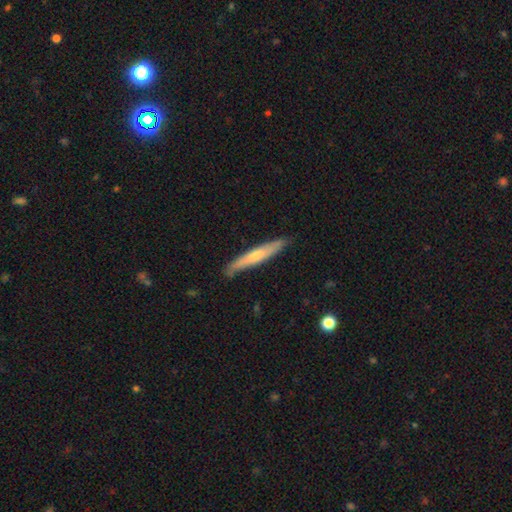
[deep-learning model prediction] A smooth galaxy with no disk features (56%) that is cigar-shaped (94%).

Vote fractions:
- Smooth or featured? smooth: 56% / featured or disk: 39% / star or artifact: 5%
- How rounded? cigar-shaped: 94% / in between: 5% / round: 1%
- Merging? none: 85% / minor disturbance: 12% / major disturbance: 2% / merger: 1%